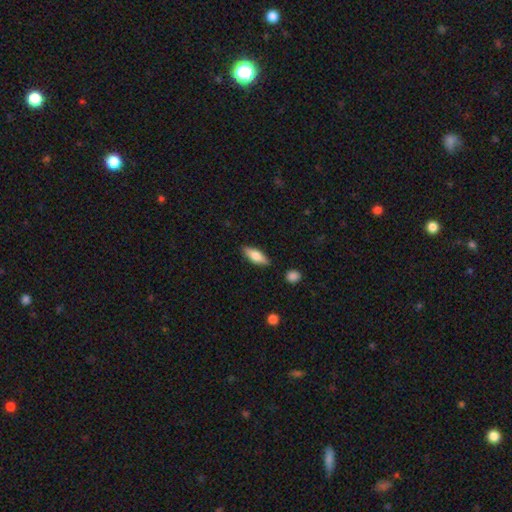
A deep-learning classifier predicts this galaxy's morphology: Smooth or featured? smooth (70%)
How rounded? in between (57%)
Merging? none (86%)